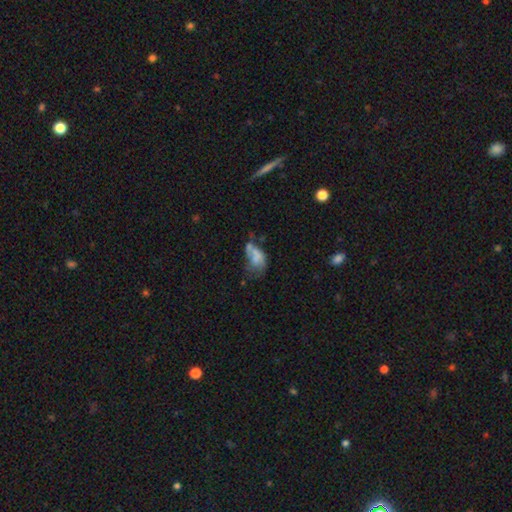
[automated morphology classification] Smooth or featured? smooth (55%)
How rounded? in between (85%)
Merging? major disturbance (31%)